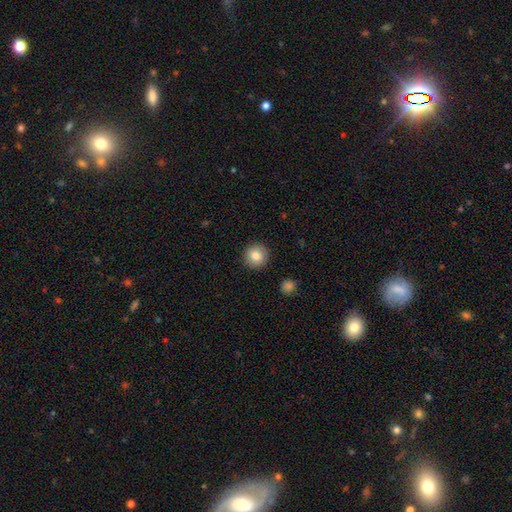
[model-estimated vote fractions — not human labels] smooth-or-featured: smooth: 84% | star or artifact: 9% | featured or disk: 7%
  how-rounded: round: 94% | in between: 5% | cigar-shaped: 1%
  merging: none: 92% | minor disturbance: 5% | major disturbance: 2% | merger: 1%